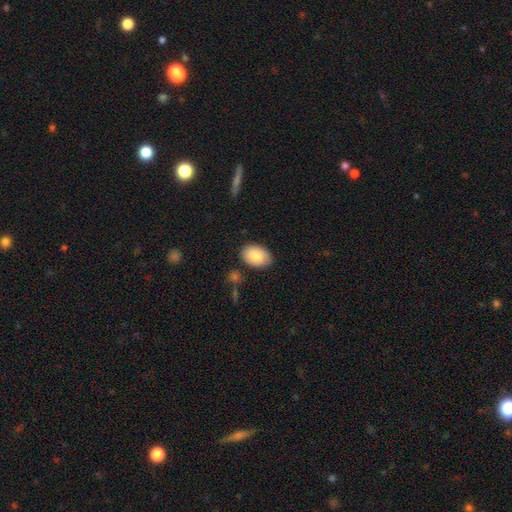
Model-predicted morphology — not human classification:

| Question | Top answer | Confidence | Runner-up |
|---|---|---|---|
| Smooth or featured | smooth | 85% | featured or disk (9%) |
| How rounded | in between | 87% | round (12%) |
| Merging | none | 82% | minor disturbance (13%) |